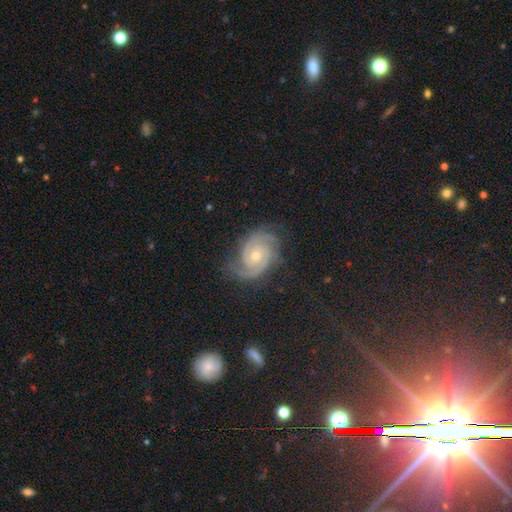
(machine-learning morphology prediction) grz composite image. It shows a featured or disk galaxy (85%) with no bar (73%), 2 (52%) tight (70%) spiral arms (98%) and a moderate central bulge (51%). Merging: none (79%).